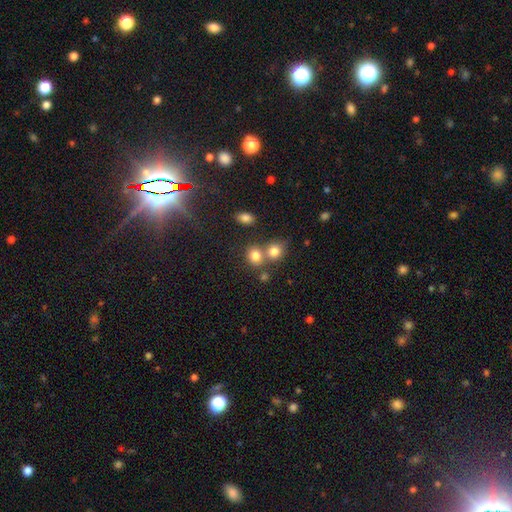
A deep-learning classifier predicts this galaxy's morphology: Smooth or featured: smooth — 80% (star or artifact — 12%)
How rounded: round — 70% (in between — 29%)
Merging: none — 50% (merger — 37%)